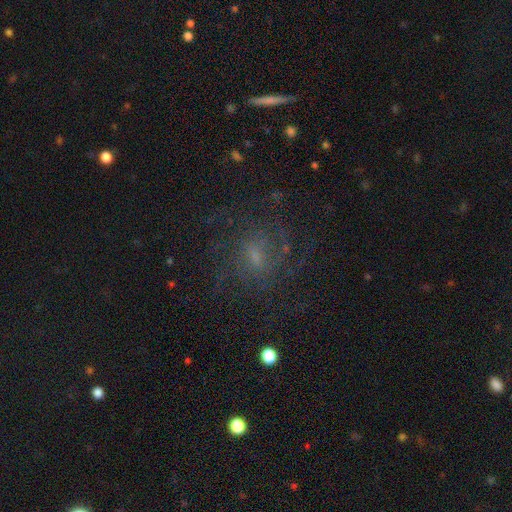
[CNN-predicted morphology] Overall: featured or disk (60%; smooth 23%). Edge-on disk: no (96%). Bar: weak (46%; no 45%). Spiral arms: yes (83%). Bulge size: small (47%; moderate 33%). Merging: none (67%).